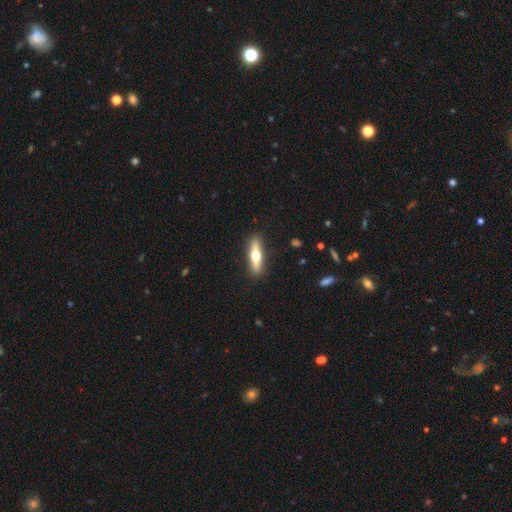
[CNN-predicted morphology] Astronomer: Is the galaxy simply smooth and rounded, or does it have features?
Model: featured or disk — 49% (runner-up: smooth, 45%).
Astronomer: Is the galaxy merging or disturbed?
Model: none — 90%.